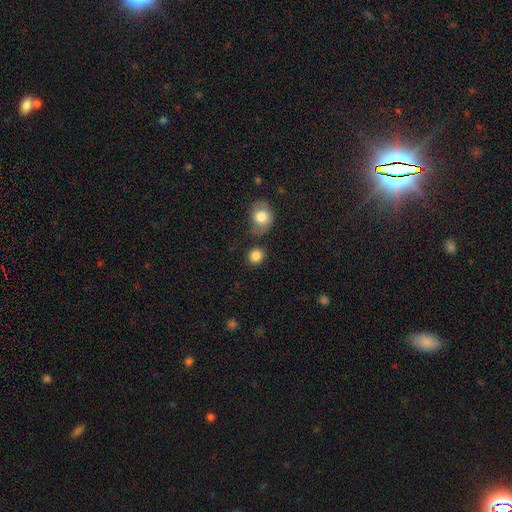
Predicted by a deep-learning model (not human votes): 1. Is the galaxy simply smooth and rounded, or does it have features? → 86% smooth, 9% star or artifact, 5% featured or disk.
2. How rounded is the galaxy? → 81% round, 18% in between, 1% cigar-shaped.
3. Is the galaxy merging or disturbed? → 77% none, 11% minor disturbance, 8% merger, 4% major disturbance.